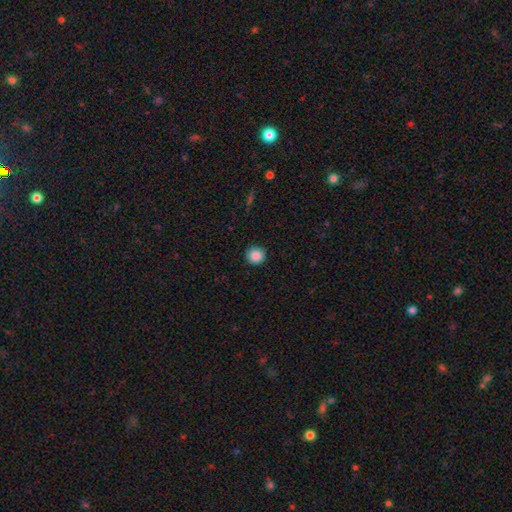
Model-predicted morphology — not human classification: Smooth or featured: smooth — 88% (star or artifact — 9%)
How rounded: round — 94% (in between — 5%)
Merging: none — 90% (minor disturbance — 7%)